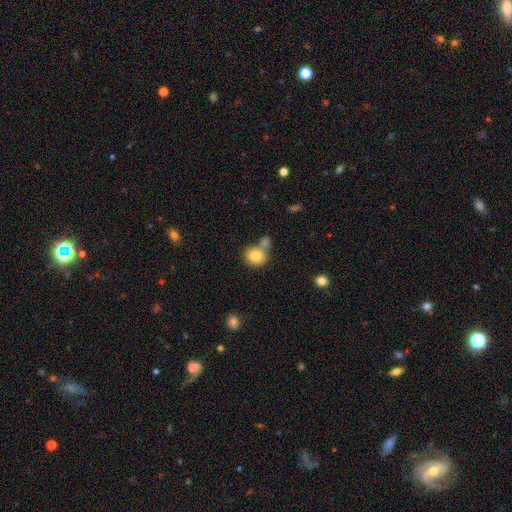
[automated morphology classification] smooth-or-featured: smooth: 81% | star or artifact: 10% | featured or disk: 9%
  how-rounded: round: 82% | in between: 17% | cigar-shaped: 1%
  merging: none: 52% | merger: 35% | minor disturbance: 10% | major disturbance: 3%